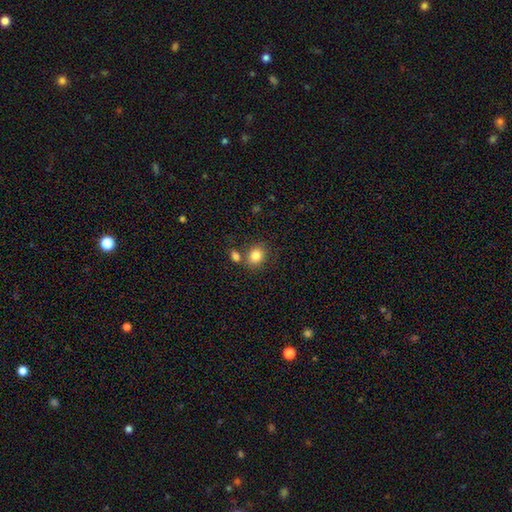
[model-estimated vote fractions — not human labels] This is clearly a smooth galaxy (83%). How rounded: possibly round (59%). Merging: likely none (67%).